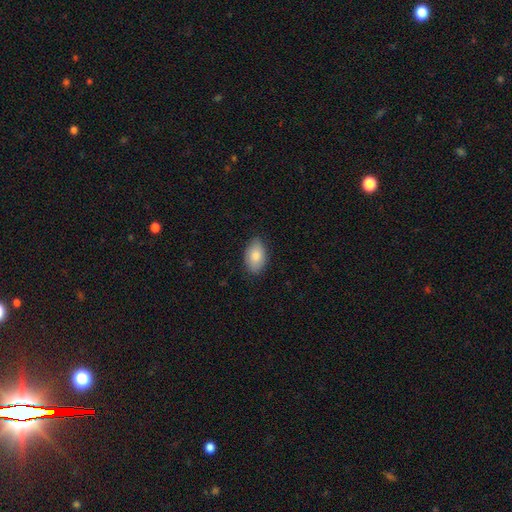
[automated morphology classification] This appears to be a smooth galaxy with no disk features (83%) that is in between round and cigar-shaped (92%). Merging: none (82%).